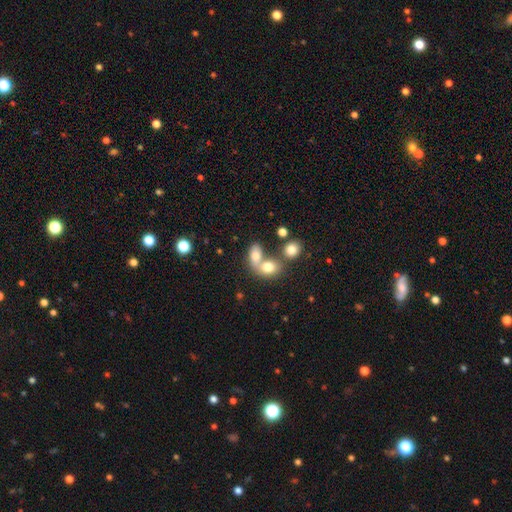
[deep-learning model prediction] Smooth or featured?
  - smooth: 73% *
  - featured or disk: 17%
  - star or artifact: 10%
How rounded?
  - in between: 70% *
  - round: 28%
  - cigar-shaped: 2%
Merging?
  - merger: 63% *
  - none: 25%
  - minor disturbance: 7%
  - major disturbance: 4%